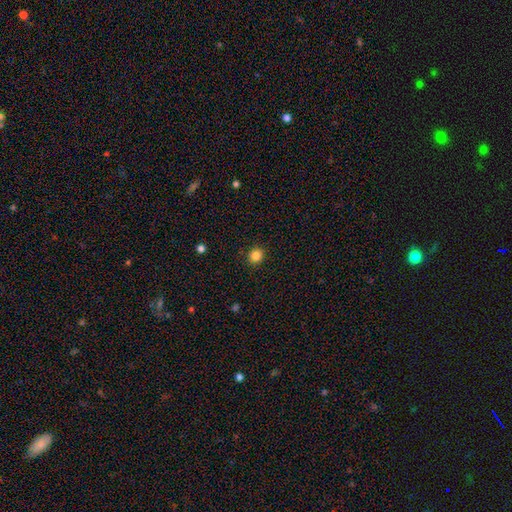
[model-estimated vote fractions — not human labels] Smooth or featured? Predicted: smooth (p=0.84). How rounded? Predicted: round (p=0.87). Merging? Predicted: none (p=0.91).